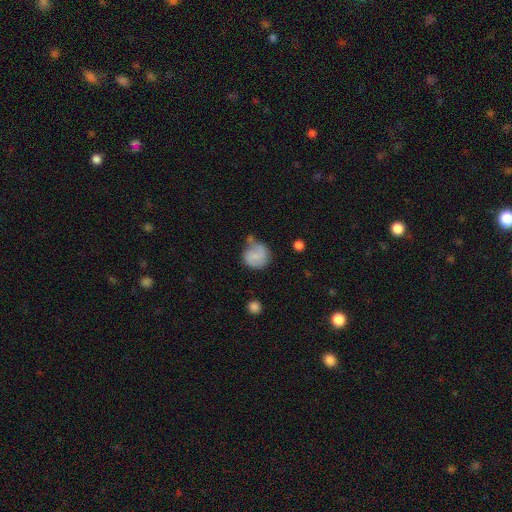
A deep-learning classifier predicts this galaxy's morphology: Overall: smooth (69%). How rounded: round (84%). Merging: none (48%; minor disturbance 28%).